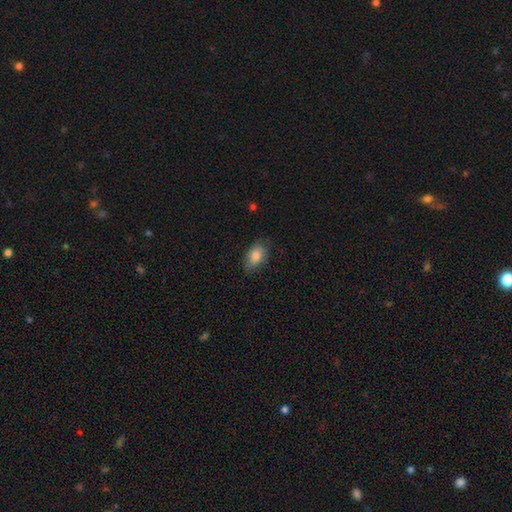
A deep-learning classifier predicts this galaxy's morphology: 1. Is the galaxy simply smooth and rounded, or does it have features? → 84% smooth, 9% featured or disk, 7% star or artifact.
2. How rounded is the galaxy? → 89% in between, 9% round, 2% cigar-shaped.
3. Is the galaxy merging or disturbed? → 72% none, 22% minor disturbance, 5% major disturbance, 1% merger.